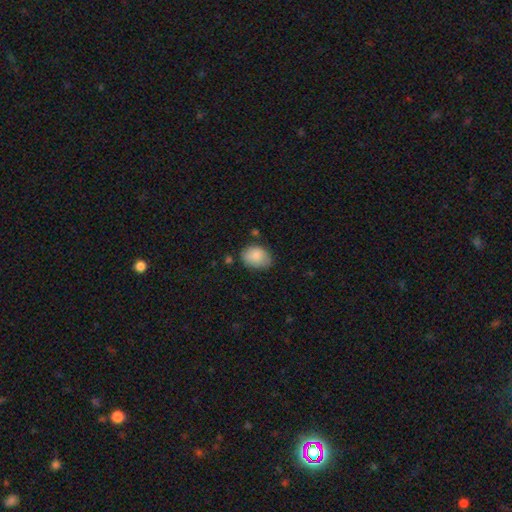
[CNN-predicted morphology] A smooth galaxy with no disk features (84%) that is in between round and cigar-shaped (72%). Merging: none (65%).